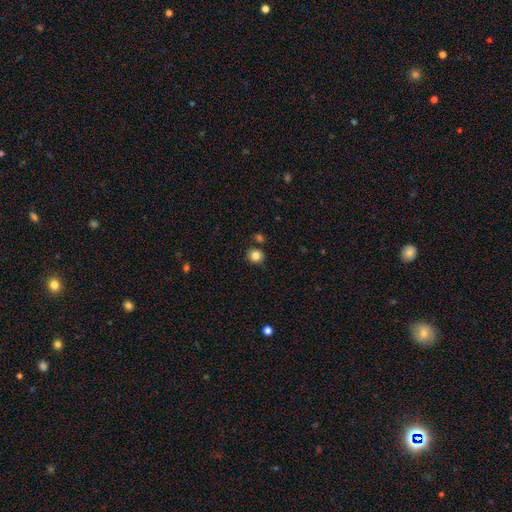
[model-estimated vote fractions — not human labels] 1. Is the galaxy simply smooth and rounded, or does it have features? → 84% smooth, 11% star or artifact, 5% featured or disk.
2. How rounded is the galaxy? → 88% round, 12% in between, 1% cigar-shaped.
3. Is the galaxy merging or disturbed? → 84% none, 8% minor disturbance, 6% merger, 2% major disturbance.